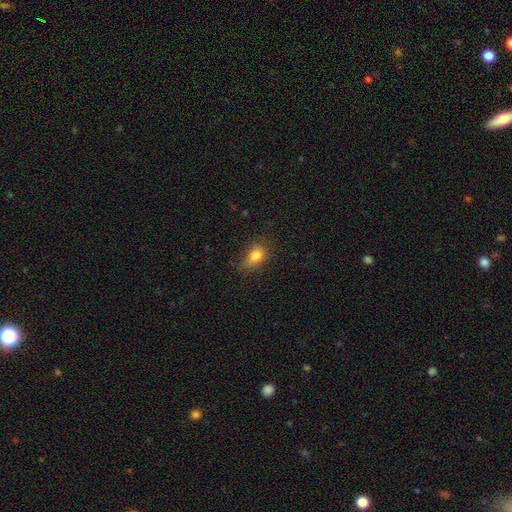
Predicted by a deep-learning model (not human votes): smooth_or_featured: smooth (p=0.81) [alt: star or artifact p=0.10]
how_rounded: in between (p=0.75) [alt: round p=0.22]
merging: none (p=0.57) [alt: minor disturbance p=0.30]